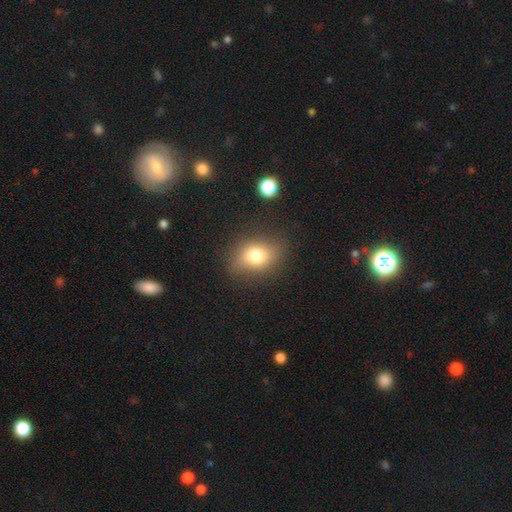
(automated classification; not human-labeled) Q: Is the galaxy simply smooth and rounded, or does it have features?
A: smooth — 77%.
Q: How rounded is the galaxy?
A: in between — 66%.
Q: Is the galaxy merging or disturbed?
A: none — 78%.